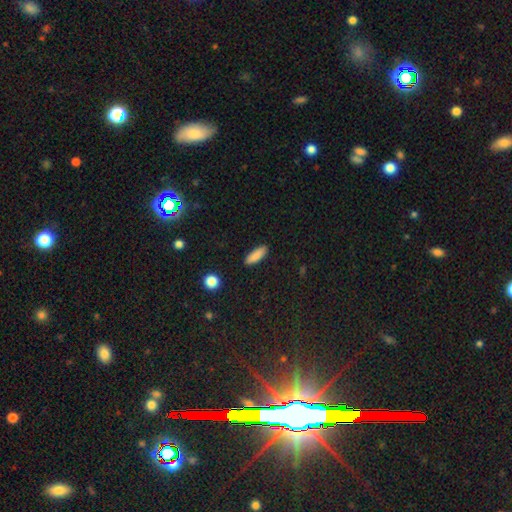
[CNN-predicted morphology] smooth-or-featured: smooth: 87% | star or artifact: 7% | featured or disk: 6%
  how-rounded: in between: 57% | cigar-shaped: 41% | round: 2%
  merging: none: 88% | minor disturbance: 8% | major disturbance: 2% | merger: 1%